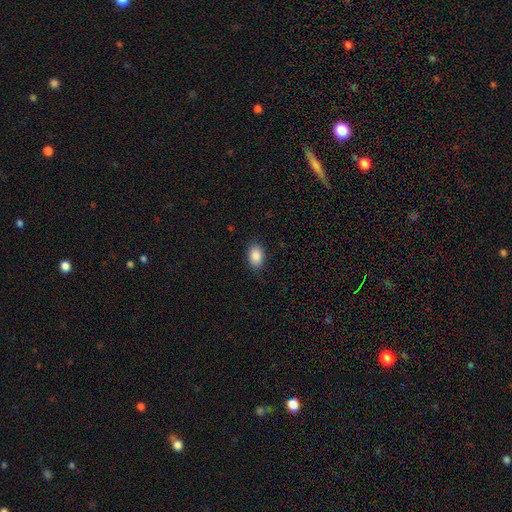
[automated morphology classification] A smooth galaxy with no disk features (88%) that is in between round and cigar-shaped (87%). Merging: none (86%).